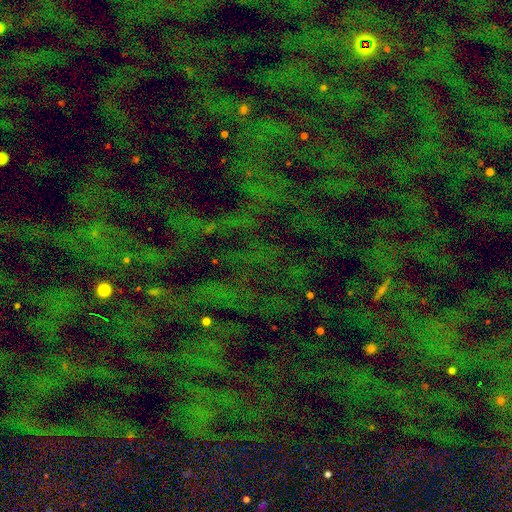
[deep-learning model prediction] Smooth or featured: star or artifact — 75% (smooth — 16%)